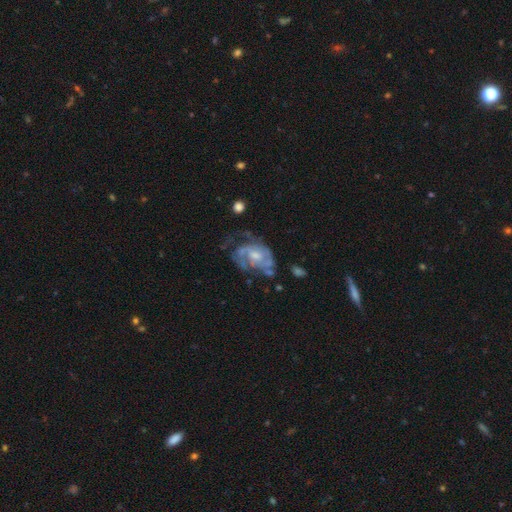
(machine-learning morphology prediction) A featured or disk galaxy (79%) with no bar (61%), 2 (38%) tight (42%) spiral arms (80%) and a moderate central bulge (50%).

Vote fractions:
- Smooth or featured? featured or disk: 79% / smooth: 15% / star or artifact: 7%
- Edge-on disk? no: 97% / yes: 3%
- Bar? no: 61% / weak: 33% / strong: 6%
- Spiral arms? yes: 80% / no: 20%
- Spiral winding? tight: 42% / medium: 41% / loose: 18%
- Spiral arm count? 2: 38% / can't tell: 36% / 3: 12% / 1: 8% / 4: 3% / more than 4: 3%
- Bulge size? moderate: 50% / small: 34% / none: 8% / large: 7% / dominant: 1%
- Merging? none: 37% / major disturbance: 32% / minor disturbance: 25% / merger: 7%